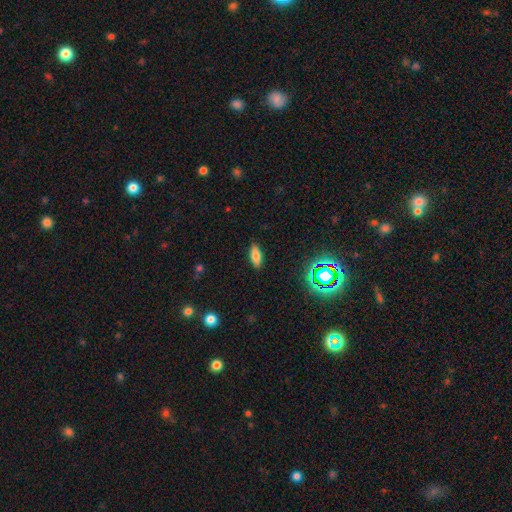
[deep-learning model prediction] smooth-or-featured: smooth: 73% | featured or disk: 14% | star or artifact: 13%
  how-rounded: in between: 76% | cigar-shaped: 21% | round: 3%
  merging: none: 88% | minor disturbance: 9% | major disturbance: 2% | merger: 1%